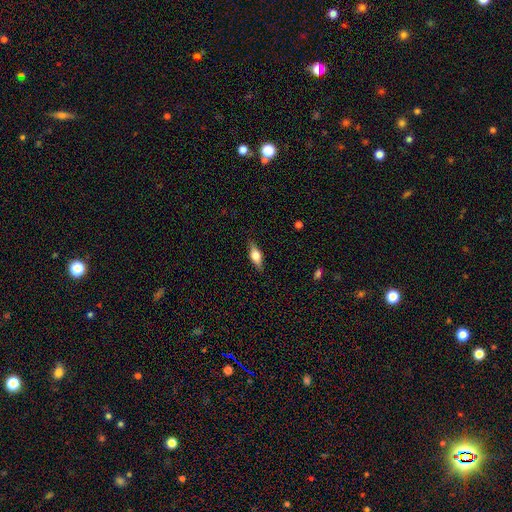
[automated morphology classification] Smooth or featured: smooth — 56% (featured or disk — 37%)
How rounded: in between — 67% (cigar-shaped — 28%)
Merging: none — 85% (minor disturbance — 11%)